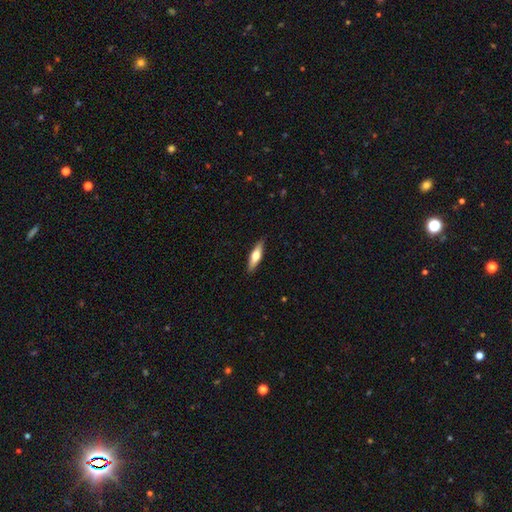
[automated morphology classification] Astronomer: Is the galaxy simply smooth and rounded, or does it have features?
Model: smooth — 52% (runner-up: featured or disk, 43%).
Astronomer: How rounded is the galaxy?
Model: cigar-shaped — 67%.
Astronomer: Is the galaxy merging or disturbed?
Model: none — 90%.